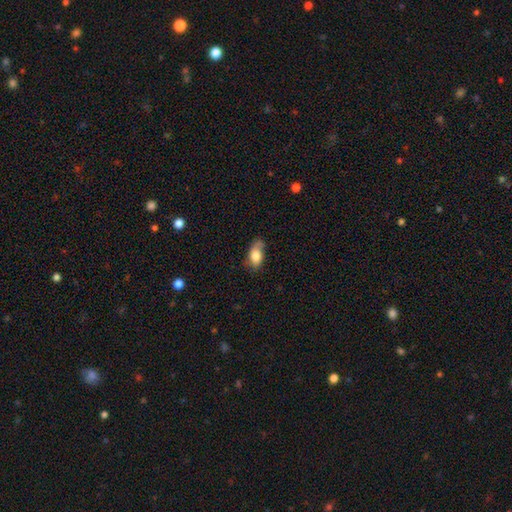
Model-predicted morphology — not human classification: This is likely a smooth galaxy (78%). How rounded: clearly in between (89%). Merging: possibly none (54%).